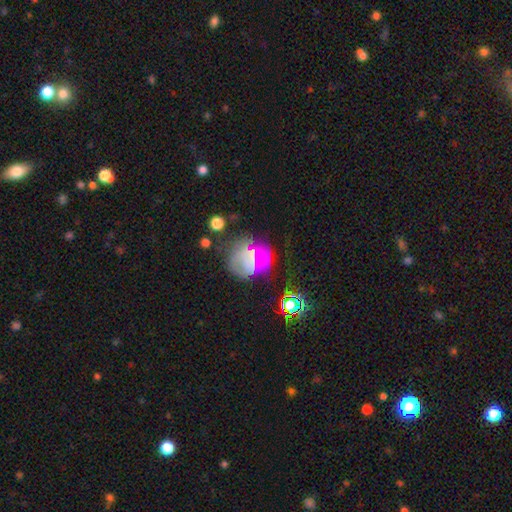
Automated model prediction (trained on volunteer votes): This appears to be a smooth galaxy with no disk features (38%). Merging: none (59%).